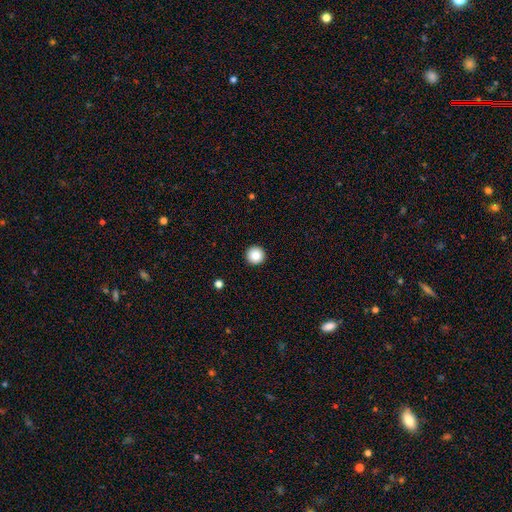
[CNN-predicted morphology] Smooth or featured? Predicted: smooth (p=0.86). How rounded? Predicted: round (p=0.97). Merging? Predicted: none (p=0.94).